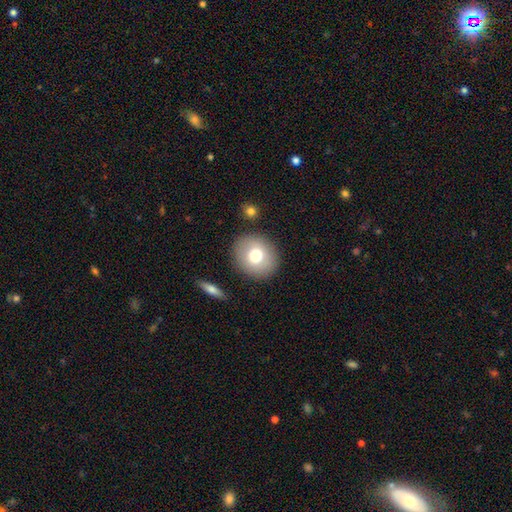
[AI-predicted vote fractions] Morphology: type=smooth (72%); roundness=round (78%); merging=none (87%).